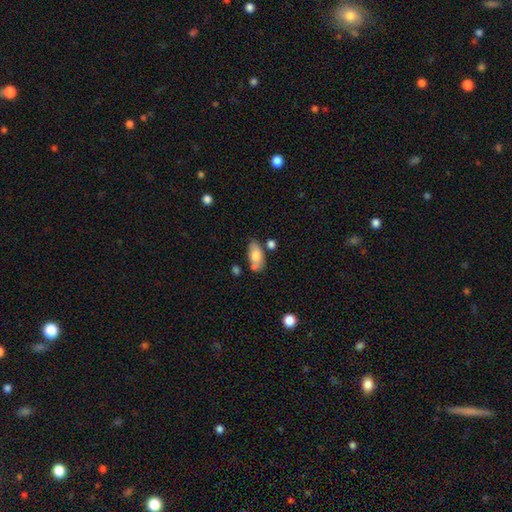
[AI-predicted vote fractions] A smooth galaxy with no disk features (72%) that is in between round and cigar-shaped (90%). Merging: none (63%).